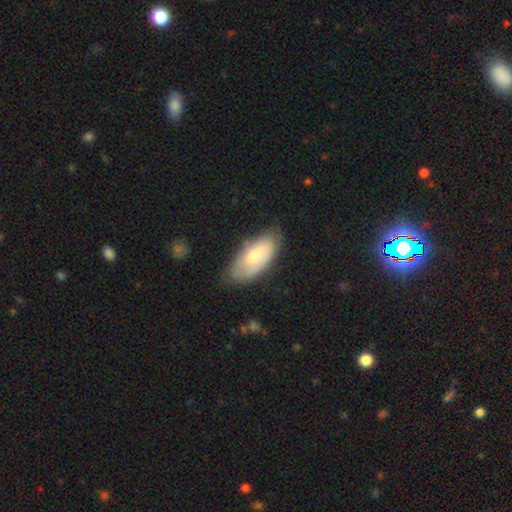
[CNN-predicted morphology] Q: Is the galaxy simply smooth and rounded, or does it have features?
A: smooth — 62%.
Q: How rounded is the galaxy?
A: in between — 90%.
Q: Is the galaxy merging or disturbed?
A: none — 67%.